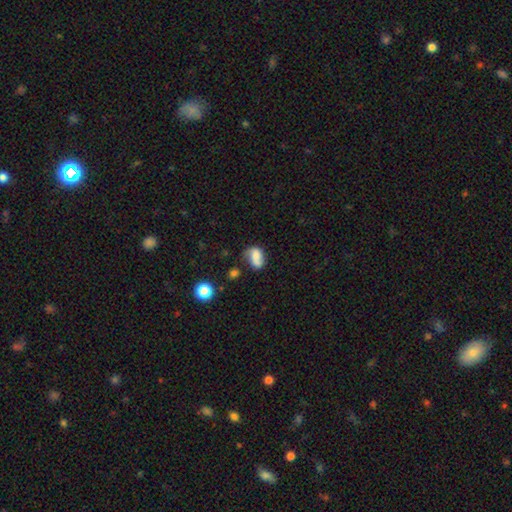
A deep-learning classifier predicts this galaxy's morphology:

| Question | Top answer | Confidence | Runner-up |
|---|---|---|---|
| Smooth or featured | smooth | 53% | featured or disk (36%) |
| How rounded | in between | 74% | round (24%) |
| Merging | none | 42% | minor disturbance (28%) |